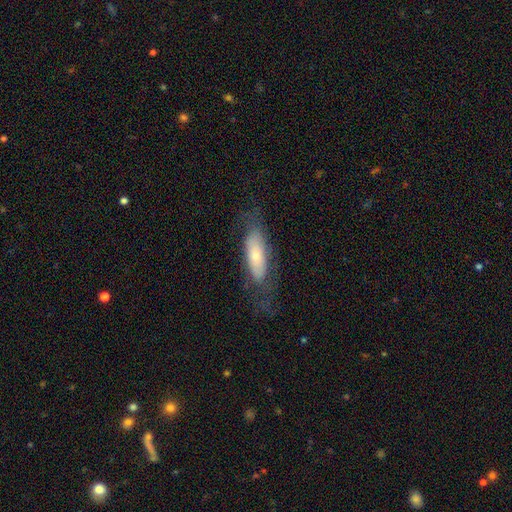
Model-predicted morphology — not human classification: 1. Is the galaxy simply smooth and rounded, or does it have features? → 54% smooth, 38% featured or disk, 7% star or artifact.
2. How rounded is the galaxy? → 57% in between, 41% cigar-shaped, 2% round.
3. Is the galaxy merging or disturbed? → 64% none, 21% minor disturbance, 14% major disturbance, 1% merger.